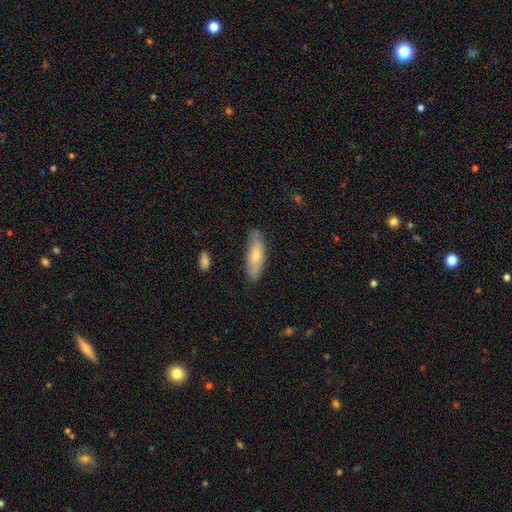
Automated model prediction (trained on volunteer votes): Smooth or featured? smooth (65%)
How rounded? in between (53%)
Merging? none (75%)